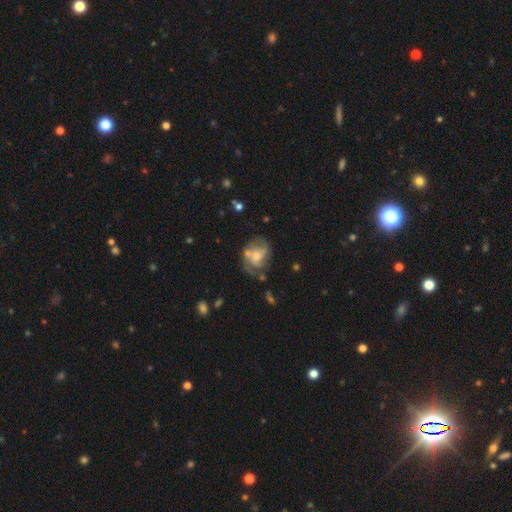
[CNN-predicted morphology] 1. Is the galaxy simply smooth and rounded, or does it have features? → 62% featured or disk, 30% smooth, 8% star or artifact.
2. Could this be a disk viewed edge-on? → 97% no, 3% yes.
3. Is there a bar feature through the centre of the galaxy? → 59% no, 33% weak, 8% strong.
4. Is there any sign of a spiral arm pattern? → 74% yes, 26% no.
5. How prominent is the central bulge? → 39% moderate, 34% small, 15% none, 11% large, 2% dominant.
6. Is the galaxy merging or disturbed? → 46% none, 24% minor disturbance, 21% major disturbance, 9% merger.